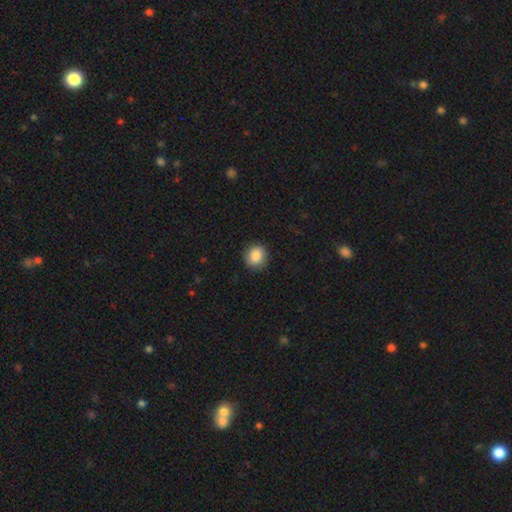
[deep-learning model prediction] Morphology: type=smooth (86%); roundness=round (85%); merging=none (87%).